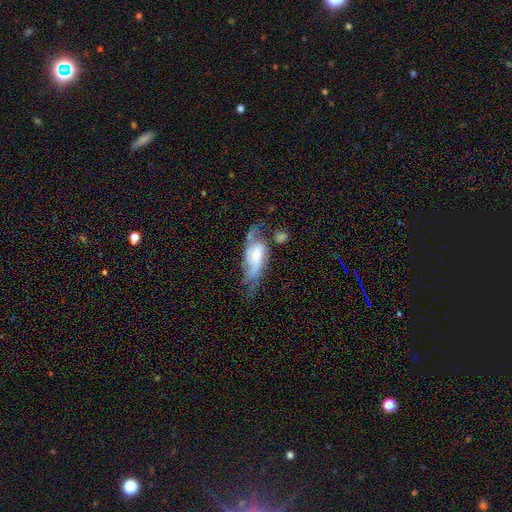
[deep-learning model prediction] featured or disk 74%, smooth 20%, star or artifact 6%. Down the decision tree: edge-on disk — no (89%); bar — no (53%); spiral arms — yes (89%); spiral arm count — 2 (69%); spiral winding — medium (41%); bulge size — moderate (52%); merging — none (44%).